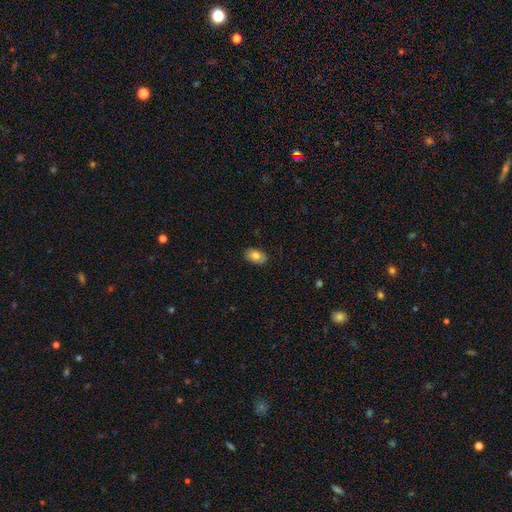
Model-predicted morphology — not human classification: smooth_or_featured: smooth (p=0.79) [alt: featured or disk p=0.13]
how_rounded: in between (p=0.88) [alt: round p=0.11]
merging: none (p=0.86) [alt: minor disturbance p=0.11]